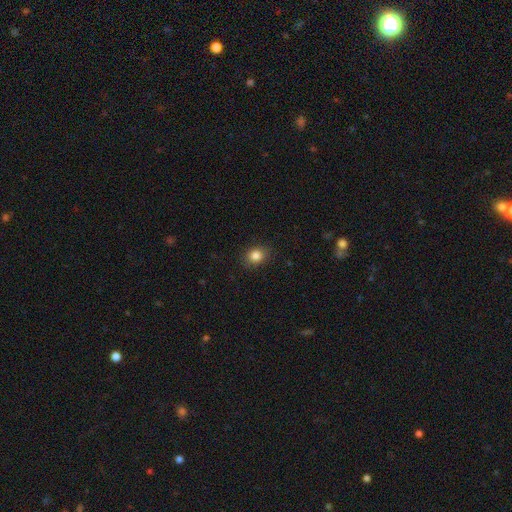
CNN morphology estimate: A smooth galaxy with no disk features (84%) that is round (50%).

Vote fractions:
- Smooth or featured? smooth: 84% / star or artifact: 10% / featured or disk: 6%
- How rounded? round: 50% / in between: 49% / cigar-shaped: 1%
- Merging? none: 87% / minor disturbance: 10% / major disturbance: 3% / merger: 1%